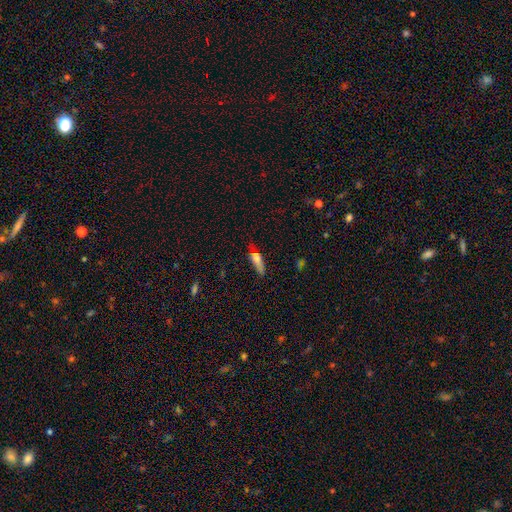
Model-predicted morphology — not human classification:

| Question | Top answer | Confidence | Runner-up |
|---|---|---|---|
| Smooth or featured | smooth | 51% | featured or disk (35%) |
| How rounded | cigar-shaped | 57% | in between (37%) |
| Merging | none | 57% | minor disturbance (26%) |